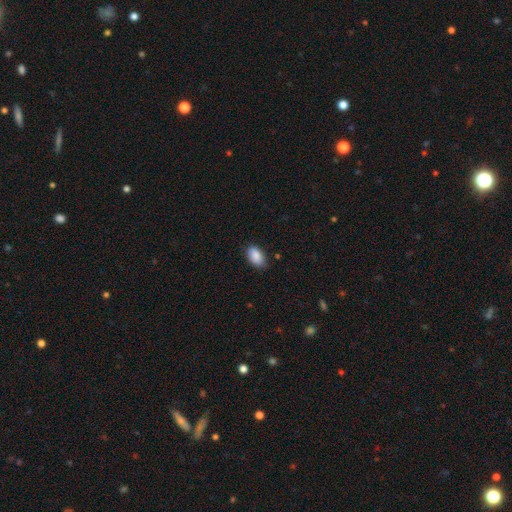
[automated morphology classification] smooth 89%, star or artifact 7%, featured or disk 4%. Down the decision tree: how rounded — in between (92%); merging — none (78%).